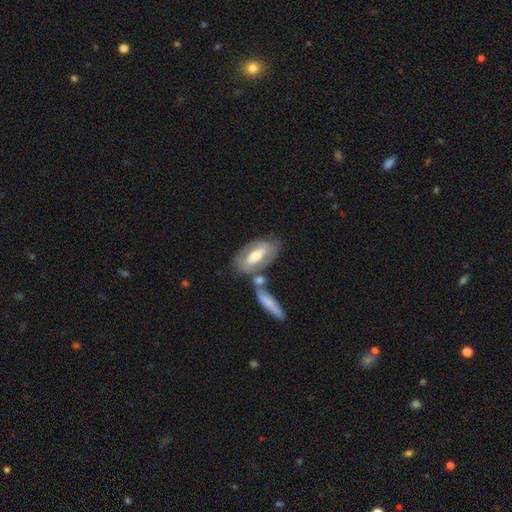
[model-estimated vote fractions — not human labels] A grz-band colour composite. It shows a featured or disk galaxy (56%). Merging: none (52%).